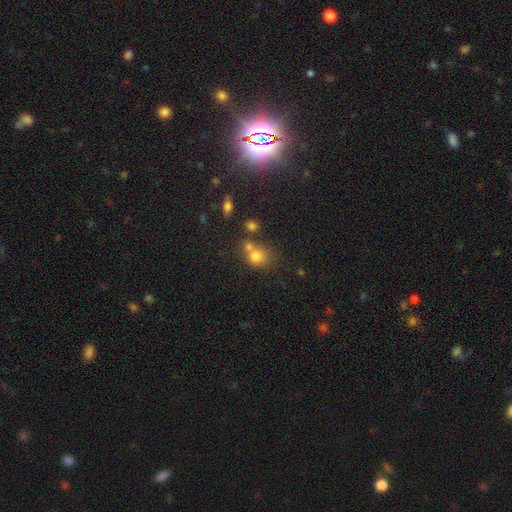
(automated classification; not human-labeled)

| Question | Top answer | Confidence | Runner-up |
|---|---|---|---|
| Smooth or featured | smooth | 71% | star or artifact (17%) |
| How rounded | round | 73% | in between (25%) |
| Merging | none | 47% | merger (38%) |